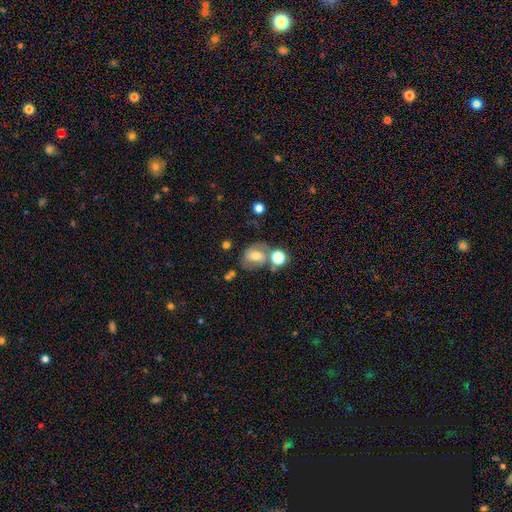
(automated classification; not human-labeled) smooth-or-featured: featured or disk: 46% | smooth: 43% | star or artifact: 12%
  merging: none: 50% | merger: 22% | minor disturbance: 18% | major disturbance: 10%